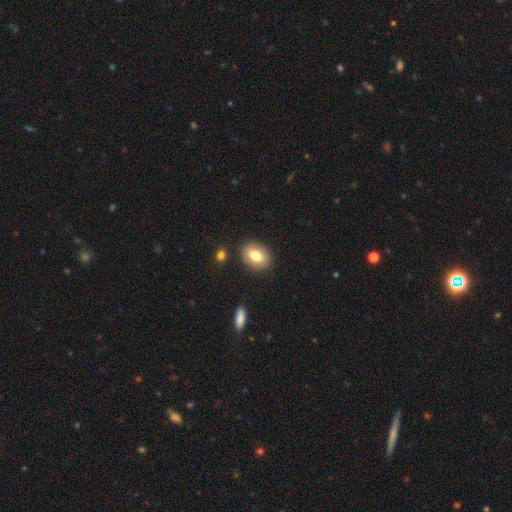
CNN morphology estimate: A smooth galaxy with no disk features (76%) that is in between round and cigar-shaped (64%). Merging: none (87%).